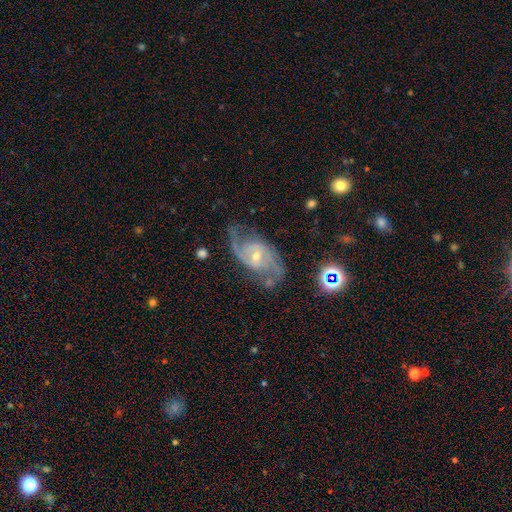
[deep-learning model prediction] Q: Smooth or featured?
A: featured or disk (88%); runner-up: star or artifact (7%)
Q: Edge-on disk?
A: no (96%); runner-up: yes (4%)
Q: Bar?
A: weak (45%); runner-up: no (42%)
Q: Spiral arms?
A: yes (97%); runner-up: no (3%)
Q: Spiral winding?
A: medium (53%); runner-up: tight (24%)
Q: Spiral arm count?
A: 2 (84%); runner-up: can't tell (6%)
Q: Bulge size?
A: small (57%); runner-up: moderate (39%)
Q: Merging?
A: none (70%); runner-up: minor disturbance (18%)